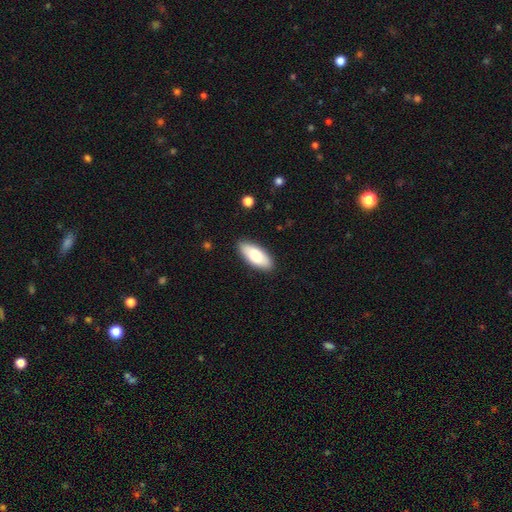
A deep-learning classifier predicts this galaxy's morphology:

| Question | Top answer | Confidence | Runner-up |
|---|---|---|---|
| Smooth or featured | smooth | 81% | featured or disk (14%) |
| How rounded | in between | 83% | cigar-shaped (15%) |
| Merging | none | 87% | minor disturbance (10%) |